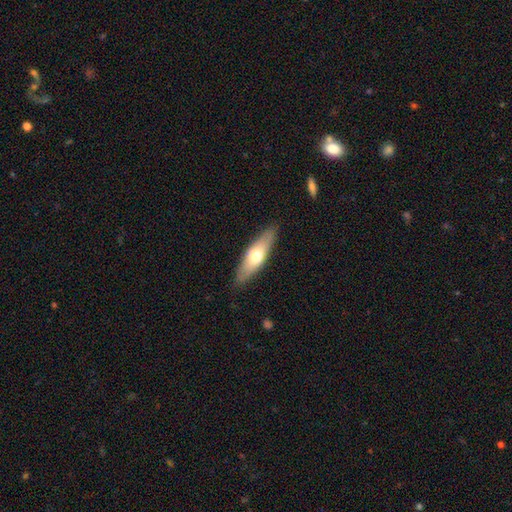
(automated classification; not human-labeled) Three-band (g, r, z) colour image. It shows a smooth galaxy with no disk features (57%) that is cigar-shaped (55%). Merging: none (87%).